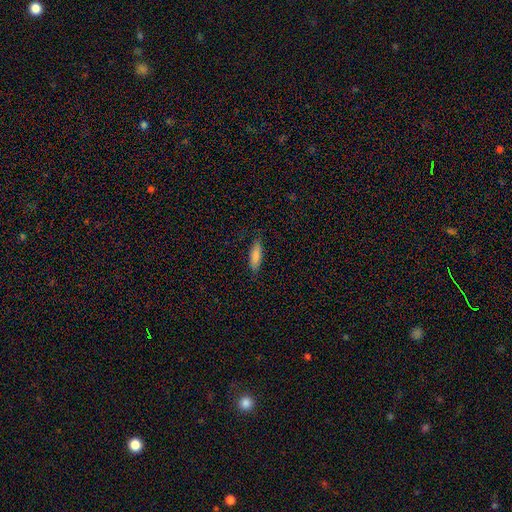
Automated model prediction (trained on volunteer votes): Q: Smooth or featured?
A: smooth (82%); runner-up: featured or disk (12%)
Q: How rounded?
A: cigar-shaped (52%); runner-up: in between (47%)
Q: Merging?
A: none (81%); runner-up: minor disturbance (15%)